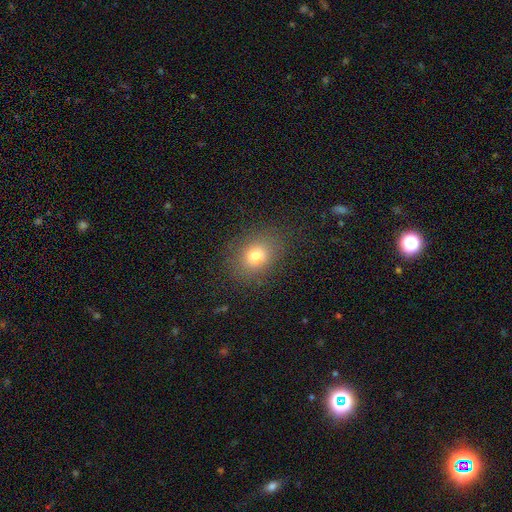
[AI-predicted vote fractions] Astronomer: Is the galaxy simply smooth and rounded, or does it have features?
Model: smooth — 76%.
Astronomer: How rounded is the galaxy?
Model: in between — 54% (runner-up: round, 45%).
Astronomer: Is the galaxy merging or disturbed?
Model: none — 84%.